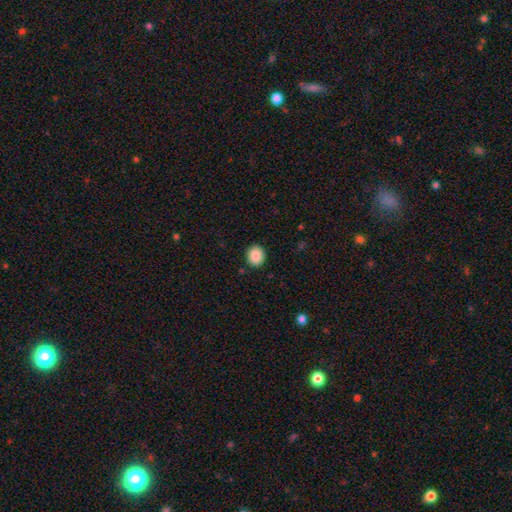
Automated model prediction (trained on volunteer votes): Q: Smooth or featured?
A: smooth (87%); runner-up: star or artifact (8%)
Q: How rounded?
A: round (77%); runner-up: in between (22%)
Q: Merging?
A: none (91%); runner-up: minor disturbance (6%)